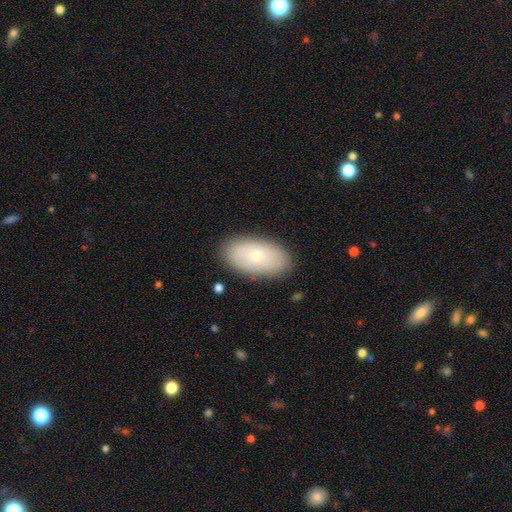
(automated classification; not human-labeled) Q: Smooth or featured?
A: smooth (66%); runner-up: featured or disk (28%)
Q: How rounded?
A: in between (94%); runner-up: round (4%)
Q: Merging?
A: none (85%); runner-up: minor disturbance (12%)